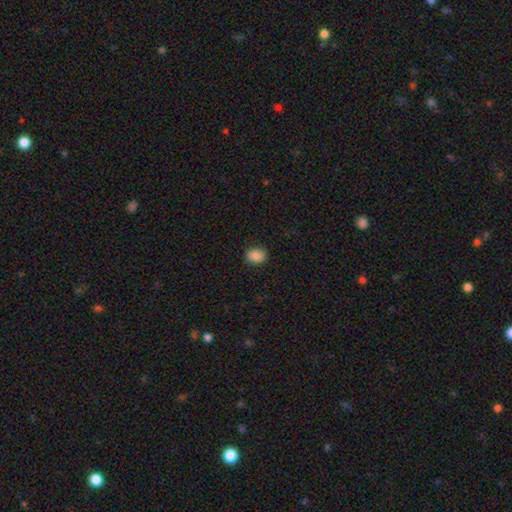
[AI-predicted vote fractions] The model was most divided on "how rounded": round: 57%, in between: 42%, cigar-shaped: 1%. More confident: merging — none (89%); smooth or featured — smooth (84%).